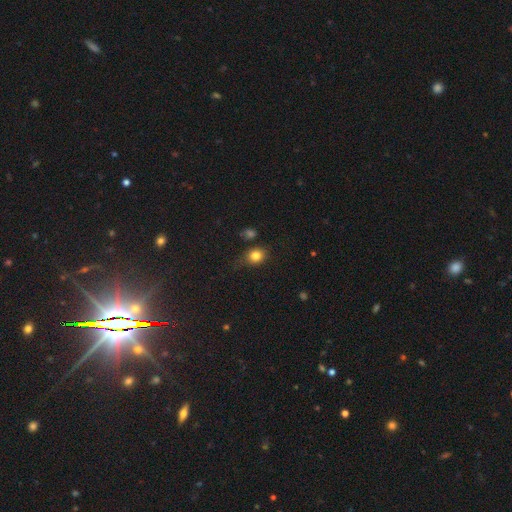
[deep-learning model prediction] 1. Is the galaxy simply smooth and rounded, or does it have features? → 81% smooth, 12% star or artifact, 7% featured or disk.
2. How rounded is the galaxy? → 63% round, 35% in between, 1% cigar-shaped.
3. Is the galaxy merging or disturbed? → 72% none, 18% minor disturbance, 5% major disturbance, 4% merger.